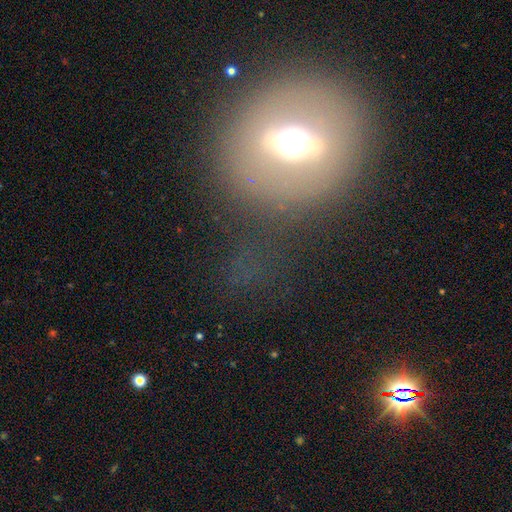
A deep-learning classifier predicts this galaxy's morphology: smooth-or-featured: featured or disk: 42% | smooth: 35% | star or artifact: 23%
  merging: none: 71% | minor disturbance: 14% | major disturbance: 12% | merger: 4%